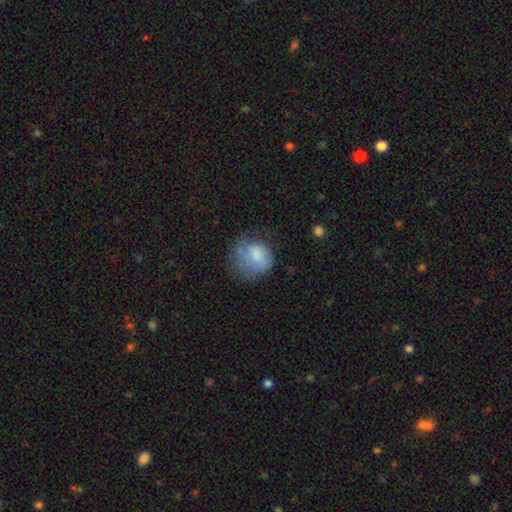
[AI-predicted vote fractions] Smooth or featured? Predicted: smooth (p=0.70). How rounded? Predicted: round (p=0.66). Merging? Predicted: none (p=0.43).